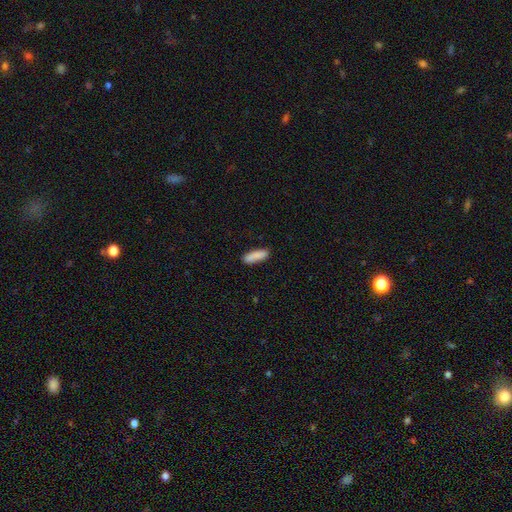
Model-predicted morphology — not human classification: This appears to be a smooth galaxy with no disk features (88%) that is cigar-shaped (52%). Merging: none (85%).